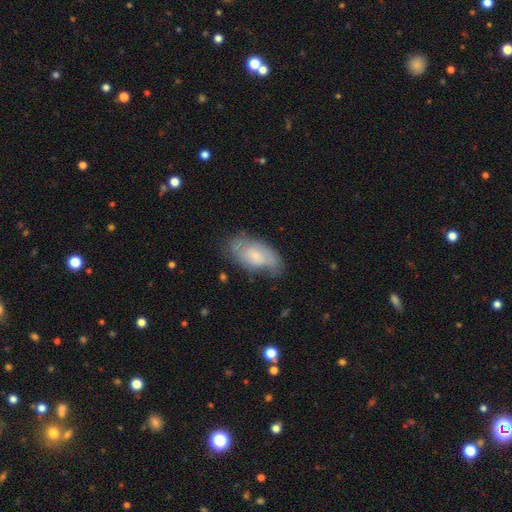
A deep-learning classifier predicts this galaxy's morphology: featured or disk 54%, smooth 39%, star or artifact 7%. Down the decision tree: edge-on disk — no (93%); bar — no (68%); spiral arms — yes (79%); bulge size — small (65%); merging — none (65%).